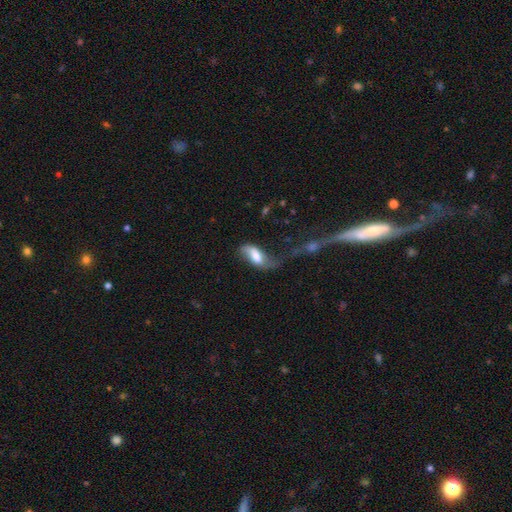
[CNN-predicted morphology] This appears to be a smooth galaxy with no disk features (53%) that is in between round and cigar-shaped (84%). Merging: major disturbance (38%).